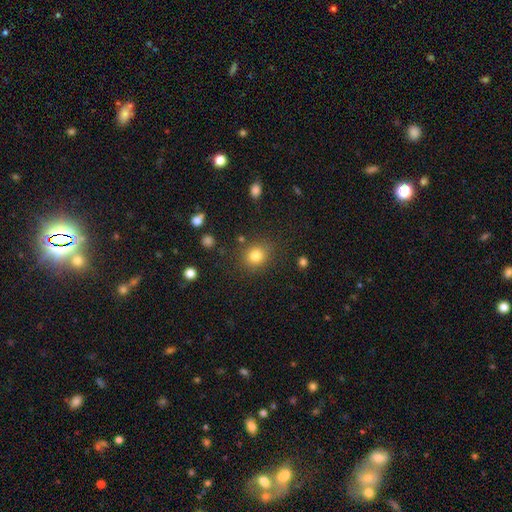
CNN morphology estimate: smooth_or_featured: smooth (p=0.81) [alt: star or artifact p=0.12]
how_rounded: round (p=0.74) [alt: in between p=0.25]
merging: none (p=0.83) [alt: minor disturbance p=0.10]